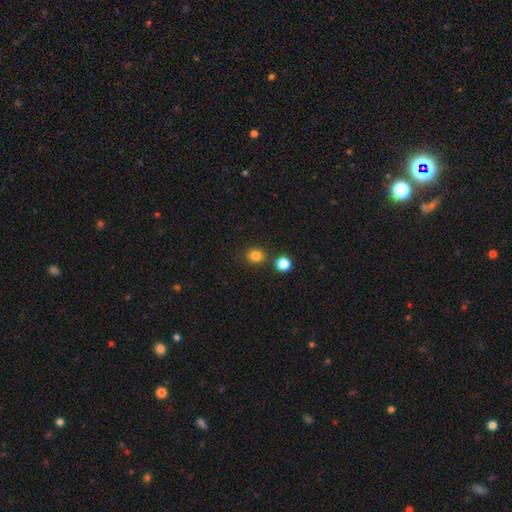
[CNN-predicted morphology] smooth-or-featured: smooth: 83% | star or artifact: 13% | featured or disk: 5%
  how-rounded: round: 76% | in between: 23% | cigar-shaped: 1%
  merging: none: 80% | minor disturbance: 9% | merger: 8% | major disturbance: 3%